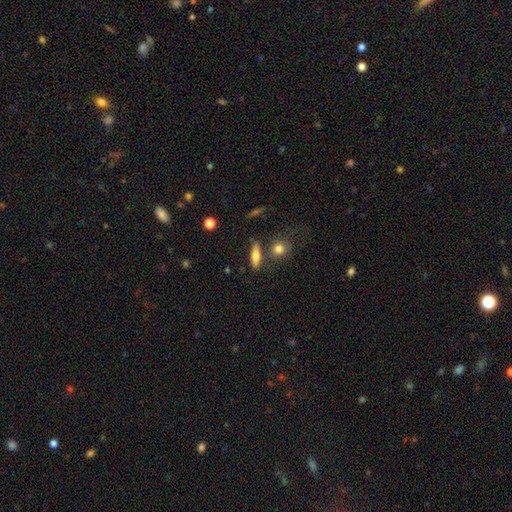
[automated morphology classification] The model was most divided on "how rounded": cigar-shaped: 54%, in between: 40%, round: 6%. More confident: merging — none (74%); smooth or featured — smooth (64%).